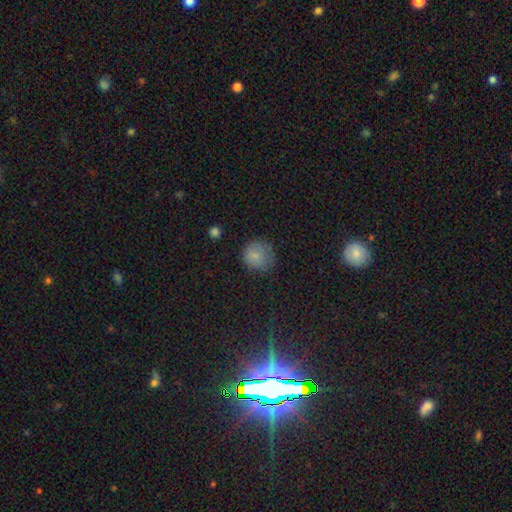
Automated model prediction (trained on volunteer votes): This appears to be a smooth galaxy with no disk features (79%) that is round (87%). Merging: none (66%).